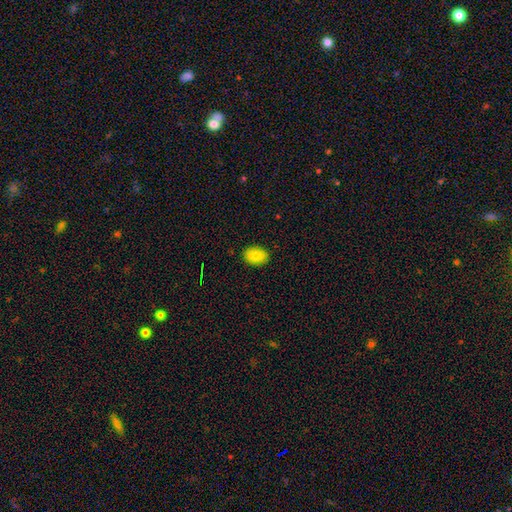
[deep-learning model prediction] Smooth or featured: smooth — 88% (star or artifact — 9%)
How rounded: in between — 83% (round — 16%)
Merging: none — 88% (minor disturbance — 9%)